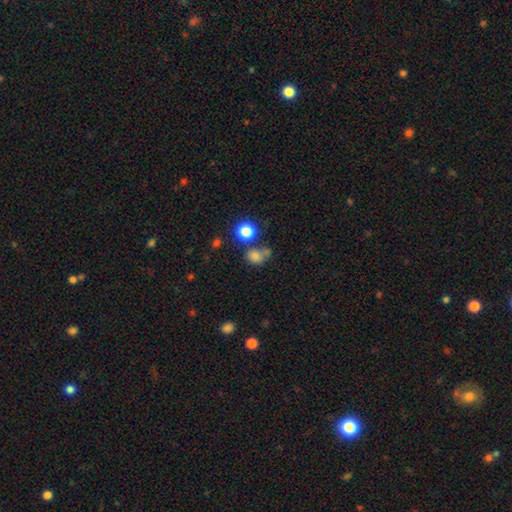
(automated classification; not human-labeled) smooth-or-featured: smooth: 77% | star or artifact: 15% | featured or disk: 8%
  how-rounded: round: 68% | in between: 31% | cigar-shaped: 1%
  merging: none: 45% | merger: 27% | minor disturbance: 17% | major disturbance: 12%